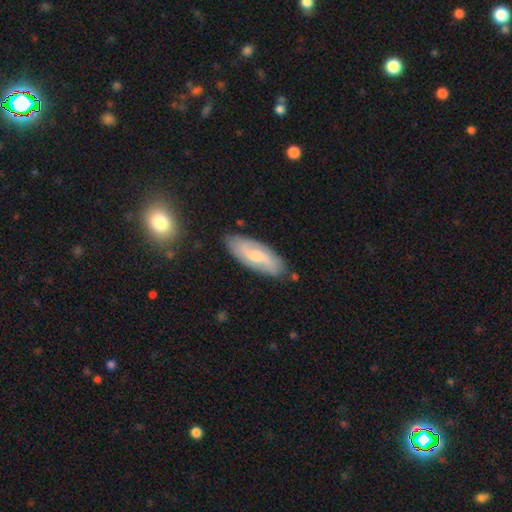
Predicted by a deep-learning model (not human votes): A featured or disk galaxy (60%) with a weak bar (50%), spiral arms (87%) and a moderate central bulge (50%).

Vote fractions:
- Smooth or featured? featured or disk: 60% / smooth: 34% / star or artifact: 6%
- Edge-on disk? no: 88% / yes: 12%
- Bar? weak: 50% / no: 39% / strong: 11%
- Spiral arms? yes: 87% / no: 13%
- Bulge size? moderate: 50% / small: 41% / none: 4% / large: 4% / dominant: 1%
- Merging? none: 81% / minor disturbance: 14% / major disturbance: 3% / merger: 2%